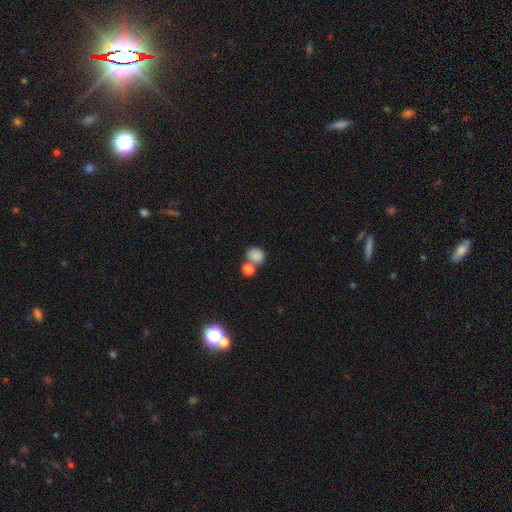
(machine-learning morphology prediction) Smooth or featured? smooth (84%)
How rounded? round (62%)
Merging? none (50%)